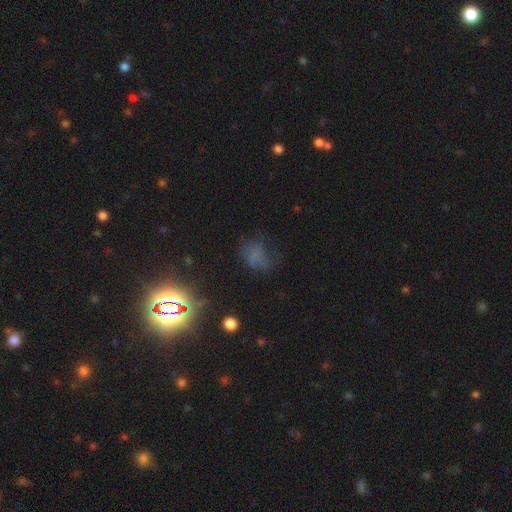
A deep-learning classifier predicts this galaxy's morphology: Overall: smooth (42%; star or artifact 36%). Merging: none (46%; major disturbance 27%).